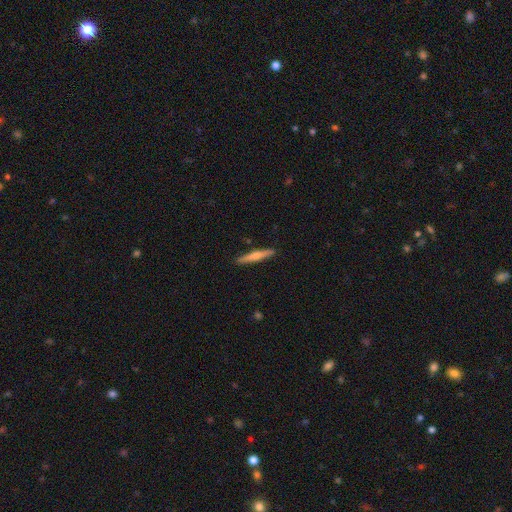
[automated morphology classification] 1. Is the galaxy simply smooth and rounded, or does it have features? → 54% smooth, 40% featured or disk, 5% star or artifact.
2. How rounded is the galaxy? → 94% cigar-shaped, 5% in between, 1% round.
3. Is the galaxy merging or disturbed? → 89% none, 8% minor disturbance, 2% merger, 1% major disturbance.